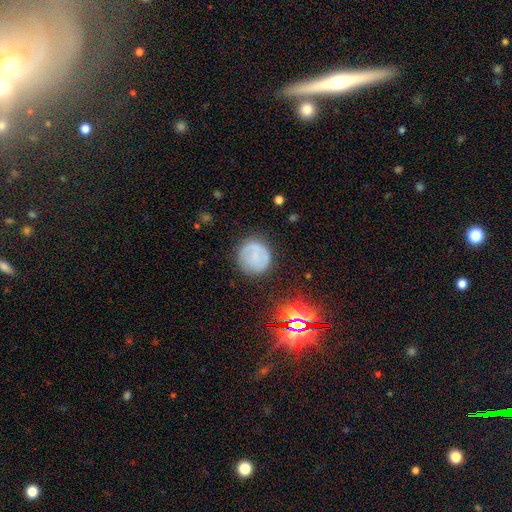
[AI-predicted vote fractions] This appears to be a smooth galaxy with no disk features (57%) that is round (91%). Merging: none (80%).